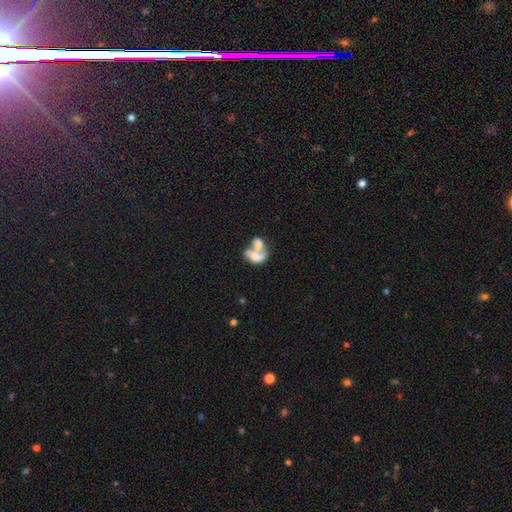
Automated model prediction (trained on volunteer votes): Smooth or featured? Predicted: smooth (p=0.46). Merging? Predicted: merger (p=0.70).